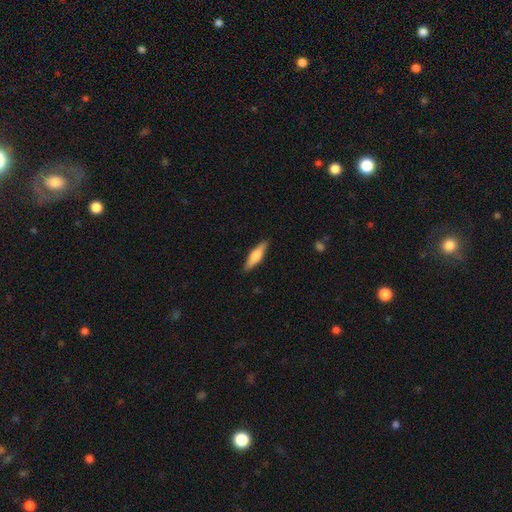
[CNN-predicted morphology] smooth 61%, featured or disk 34%, star or artifact 5%. Down the decision tree: how rounded — cigar-shaped (67%); merging — none (88%).